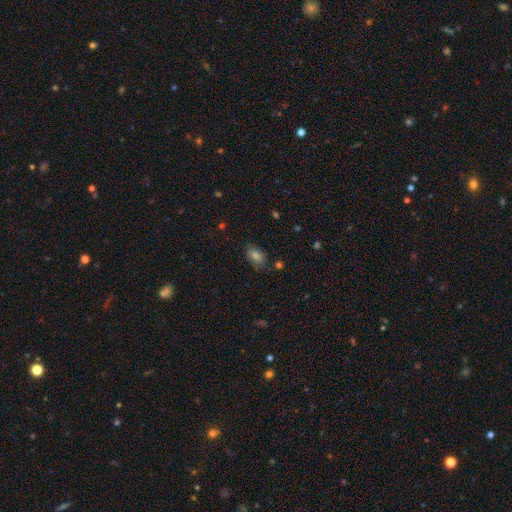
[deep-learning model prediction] This appears to be a smooth galaxy with no disk features (73%) that is in between round and cigar-shaped (85%). Merging: none (79%).